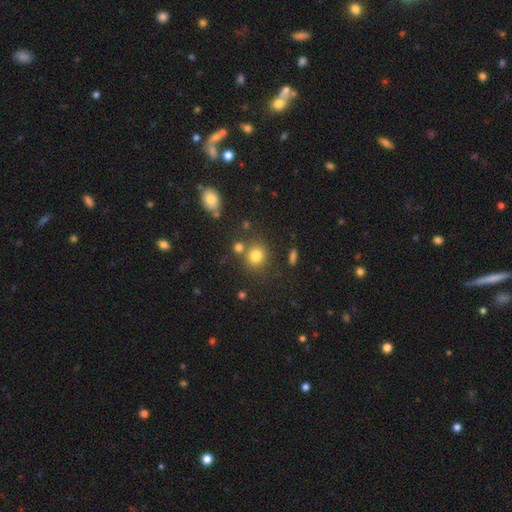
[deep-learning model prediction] The model was most divided on "merging": none: 72%, merger: 13%, minor disturbance: 10%, major disturbance: 4%. More confident: how rounded — round (83%); smooth or featured — smooth (78%).